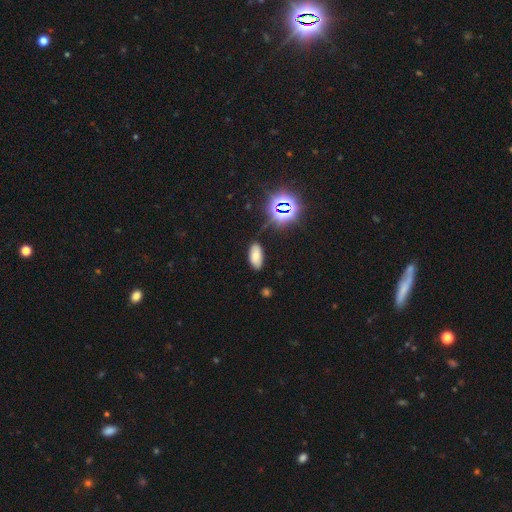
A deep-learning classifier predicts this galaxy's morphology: Q: Smooth or featured?
A: smooth (69%); runner-up: star or artifact (20%)
Q: How rounded?
A: in between (93%); runner-up: cigar-shaped (4%)
Q: Merging?
A: none (82%); runner-up: minor disturbance (13%)